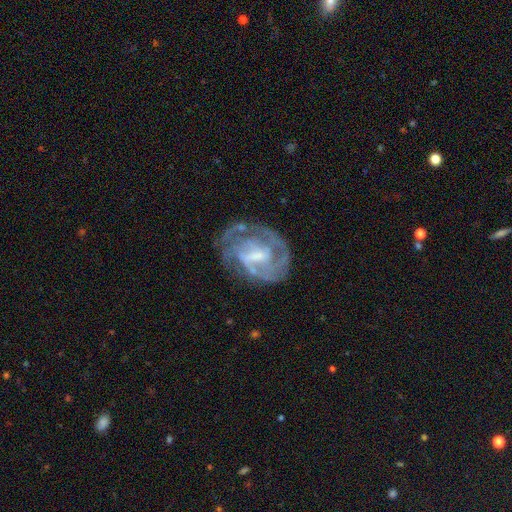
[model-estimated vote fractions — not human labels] smooth-or-featured: featured or disk: 81% | smooth: 12% | star or artifact: 7%
  disk-edge-on: no: 97% | yes: 3%
    bar: weak: 51% | strong: 29% | no: 21%
    has-spiral-arms: yes: 88% | no: 12%
      spiral-winding: tight: 53% | medium: 37% | loose: 10%
      spiral-arm-count: can't tell: 33% (tied) | 2: 33% (tied) | 3: 19% | 1: 7% | 4: 5% | more than 4: 3%
    bulge-size: small: 38% | moderate: 37% | none: 18% | large: 6% | dominant: 1%
  merging: none: 61% | minor disturbance: 21% | major disturbance: 16% | merger: 2%